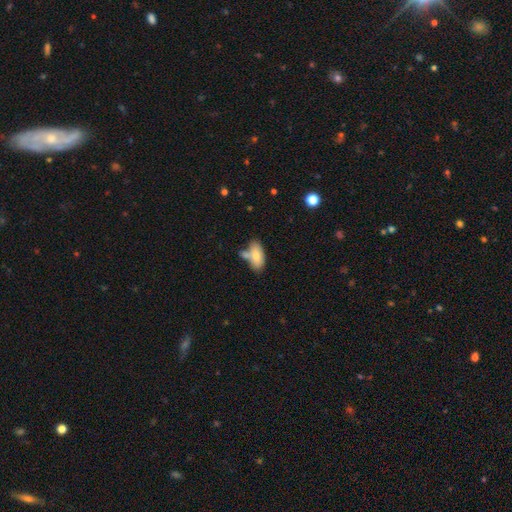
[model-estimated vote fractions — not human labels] smooth_or_featured: smooth (p=0.73) [alt: featured or disk p=0.20]
how_rounded: in between (p=0.90) [alt: cigar-shaped p=0.07]
merging: none (p=0.47) [alt: merger p=0.30]